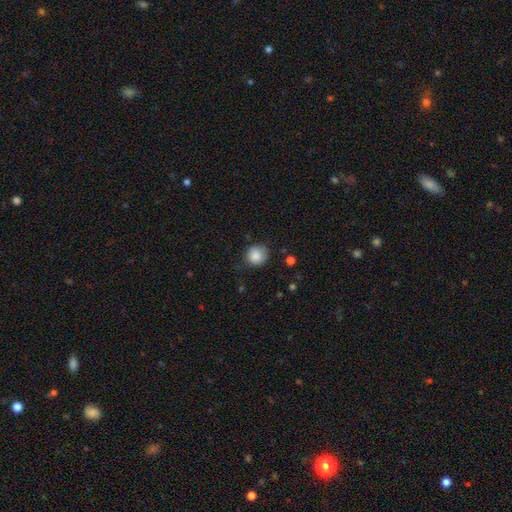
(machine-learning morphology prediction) Q: Smooth or featured?
A: smooth (87%); runner-up: star or artifact (9%)
Q: How rounded?
A: round (90%); runner-up: in between (9%)
Q: Merging?
A: none (80%); runner-up: minor disturbance (15%)